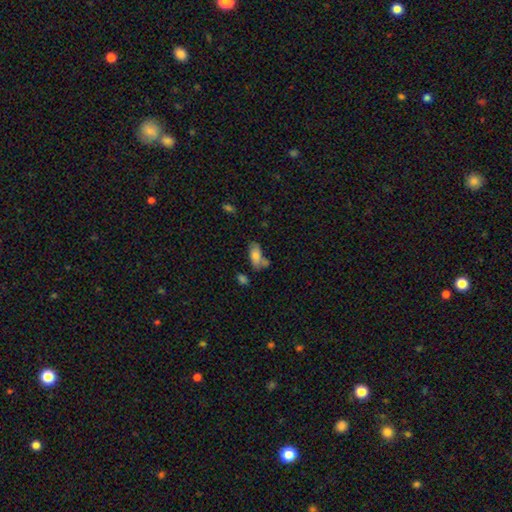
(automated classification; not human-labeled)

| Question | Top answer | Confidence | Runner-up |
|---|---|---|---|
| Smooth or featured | smooth | 75% | featured or disk (17%) |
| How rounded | in between | 89% | cigar-shaped (8%) |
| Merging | none | 46% | minor disturbance (23%) |